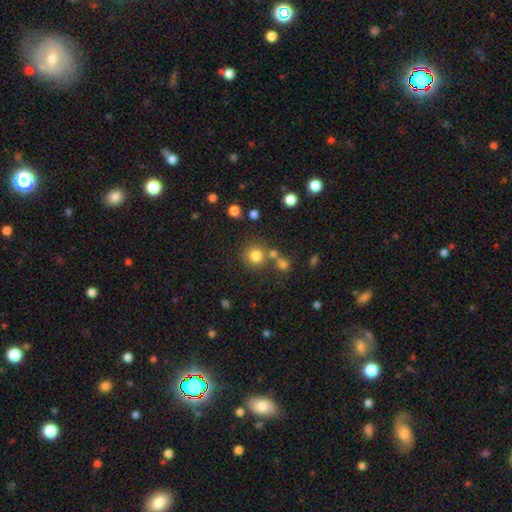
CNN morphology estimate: Smooth or featured?
  - smooth: 79% *
  - star or artifact: 14%
  - featured or disk: 7%
How rounded?
  - round: 92% *
  - in between: 8%
  - cigar-shaped: 1%
Merging?
  - none: 74% *
  - merger: 13%
  - minor disturbance: 9%
  - major disturbance: 4%